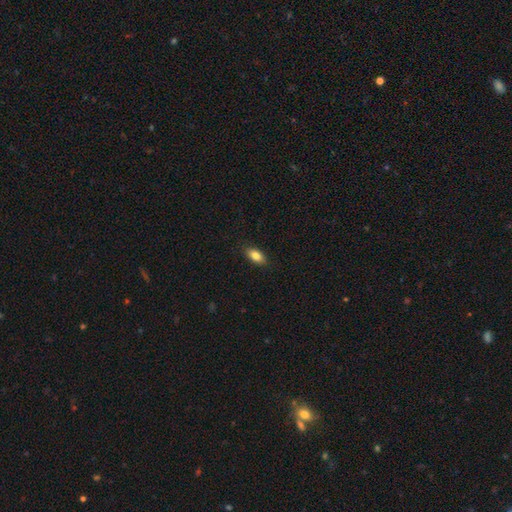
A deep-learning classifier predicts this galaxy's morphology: This appears to be a smooth galaxy with no disk features (84%) that is in between round and cigar-shaped (90%). Merging: none (88%).